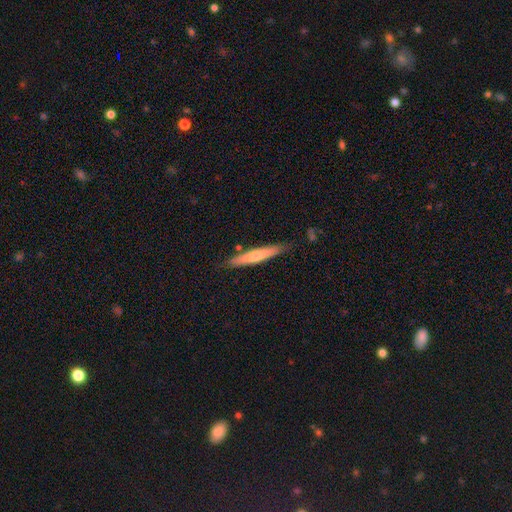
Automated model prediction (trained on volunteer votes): smooth-or-featured: smooth: 51% | featured or disk: 44% | star or artifact: 5%
  how-rounded: cigar-shaped: 91% | in between: 7% | round: 1%
  merging: none: 84% | minor disturbance: 11% | merger: 3% | major disturbance: 2%